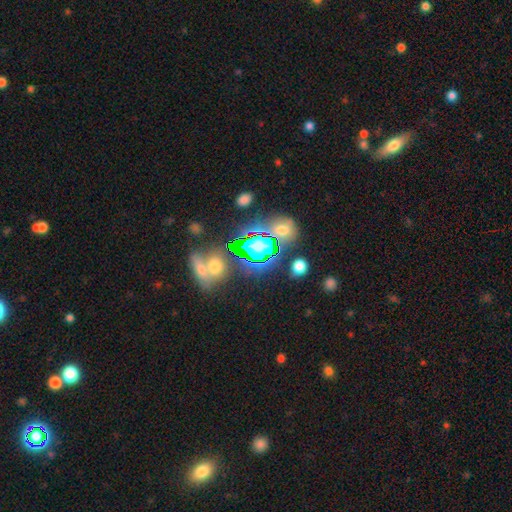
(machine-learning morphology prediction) A star or artifact, not a galaxy (72%).

Vote fractions:
- Smooth or featured? star or artifact: 72% / smooth: 16% / featured or disk: 13%